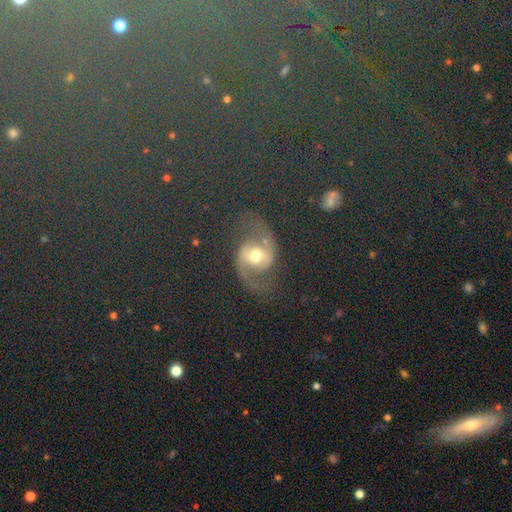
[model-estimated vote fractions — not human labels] Morphology: type=featured or disk (69%); edge-on=no (96%); bar=no (46%); spiral arms=yes (88%); winding=medium (44%); arm count=2 (94%); bulge=moderate (72%); merging=none (76%).